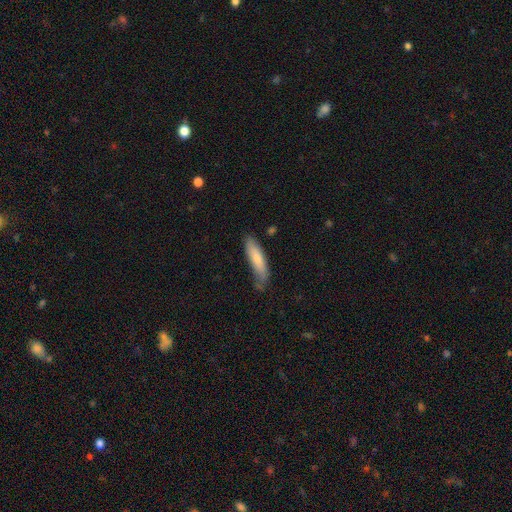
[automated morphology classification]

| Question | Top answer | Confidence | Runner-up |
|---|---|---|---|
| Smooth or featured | smooth | 68% | featured or disk (25%) |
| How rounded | cigar-shaped | 76% | in between (22%) |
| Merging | none | 67% | minor disturbance (25%) |